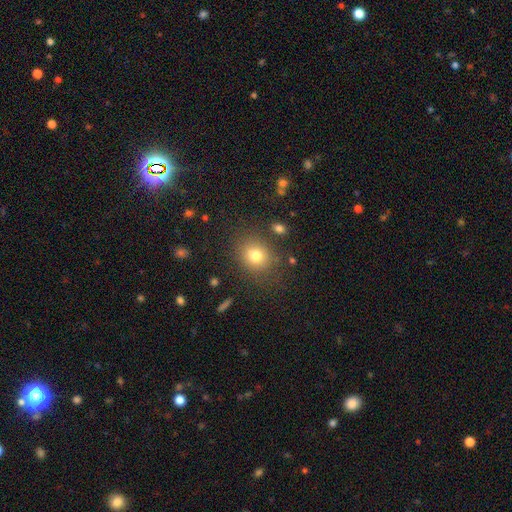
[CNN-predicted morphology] Smooth or featured?
  - smooth: 76% *
  - star or artifact: 13%
  - featured or disk: 10%
How rounded?
  - round: 66% *
  - in between: 33%
  - cigar-shaped: 1%
Merging?
  - none: 78% *
  - minor disturbance: 13%
  - major disturbance: 5%
  - merger: 4%